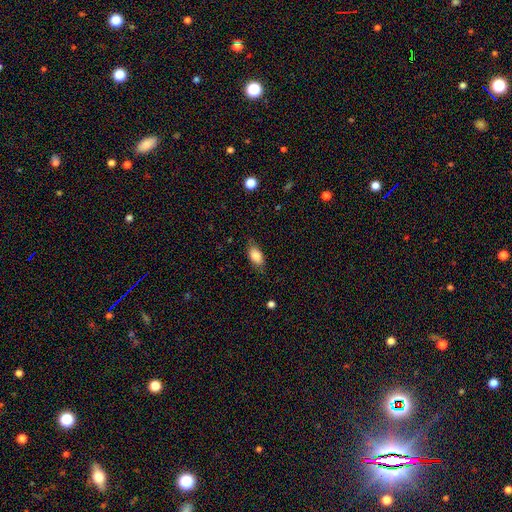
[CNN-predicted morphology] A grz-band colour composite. It shows a smooth galaxy with no disk features (85%) that is in between round and cigar-shaped (89%). Merging: none (76%).